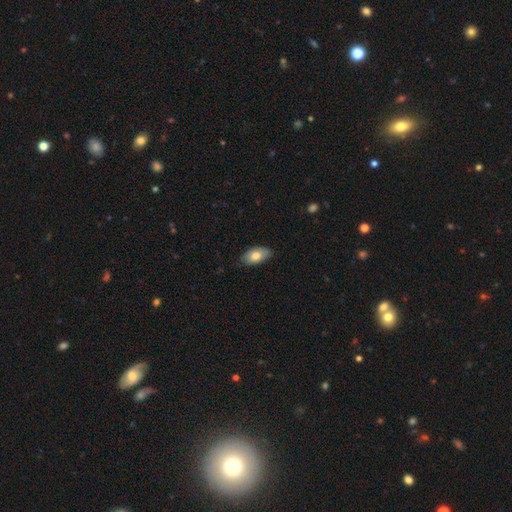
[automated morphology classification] Smooth or featured?
  - smooth: 77% *
  - featured or disk: 17%
  - star or artifact: 7%
How rounded?
  - in between: 93% *
  - round: 4%
  - cigar-shaped: 3%
Merging?
  - none: 79% *
  - minor disturbance: 18%
  - major disturbance: 2%
  - merger: 1%